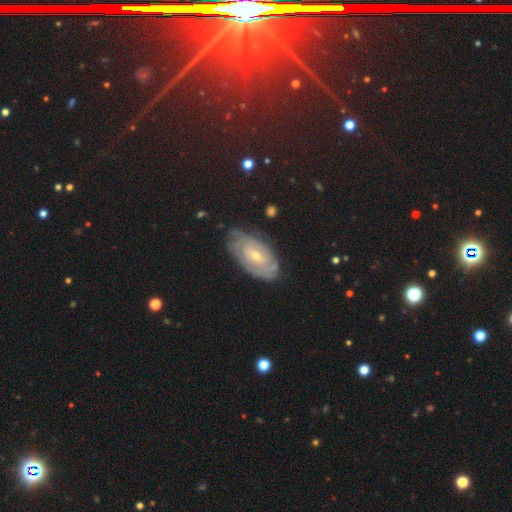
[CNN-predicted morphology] smooth_or_featured: featured or disk (p=0.72) [alt: smooth p=0.18]
disk_edge_on: no (p=0.92) [alt: yes p=0.08]
bar: no (p=0.70) [alt: weak p=0.24]
has_spiral_arms: yes (p=0.84) [alt: no p=0.16]
spiral_winding: tight (p=0.76) [alt: medium p=0.18]
spiral_arm_count: can't tell (p=0.60) [alt: 2 p=0.16]
bulge_size: small (p=0.64) [alt: moderate p=0.33]
merging: none (p=0.75) [alt: minor disturbance p=0.19]